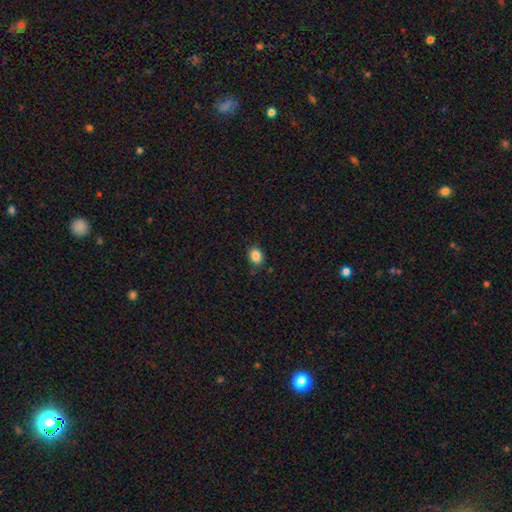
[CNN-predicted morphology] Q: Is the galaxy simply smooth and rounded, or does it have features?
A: smooth — 85%.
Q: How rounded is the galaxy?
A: in between — 58%.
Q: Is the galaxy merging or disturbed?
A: none — 84%.